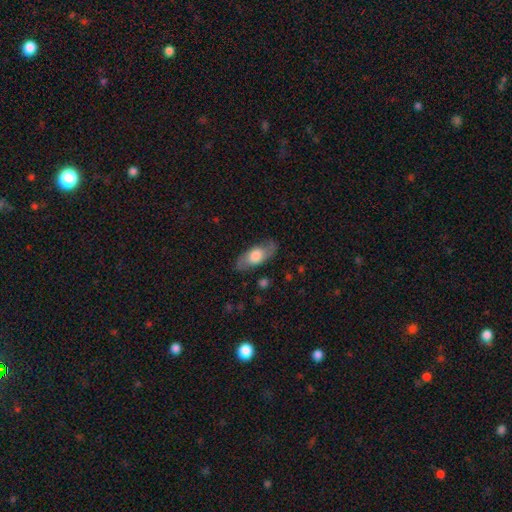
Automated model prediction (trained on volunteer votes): Overall: smooth (54%; featured or disk 40%). How rounded: in between (82%). Merging: none (79%).